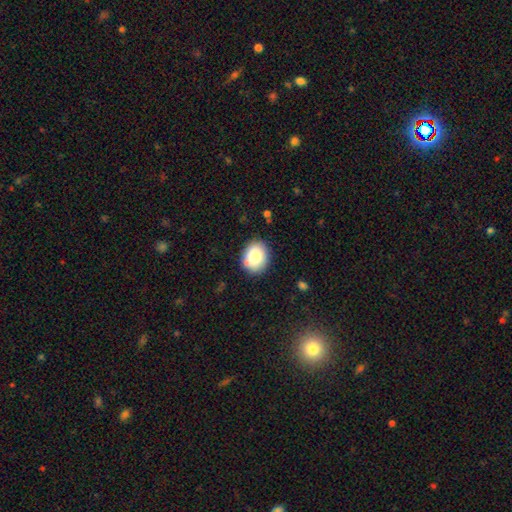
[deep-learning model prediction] Smooth or featured? Predicted: smooth (p=0.84). How rounded? Predicted: in between (p=0.52). Merging? Predicted: none (p=0.79).